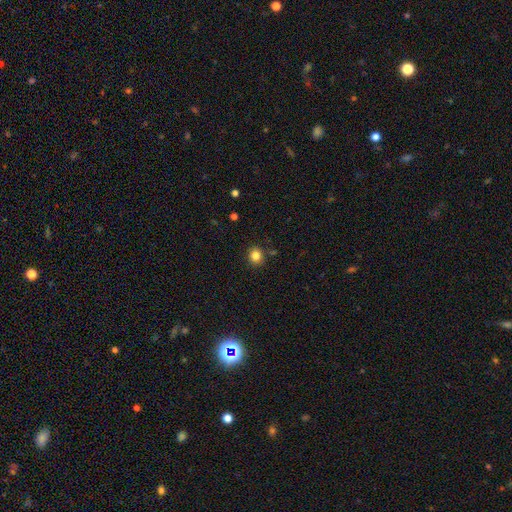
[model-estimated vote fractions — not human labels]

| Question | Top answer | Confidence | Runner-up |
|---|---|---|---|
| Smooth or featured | smooth | 83% | star or artifact (12%) |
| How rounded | round | 86% | in between (13%) |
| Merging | none | 89% | minor disturbance (7%) |